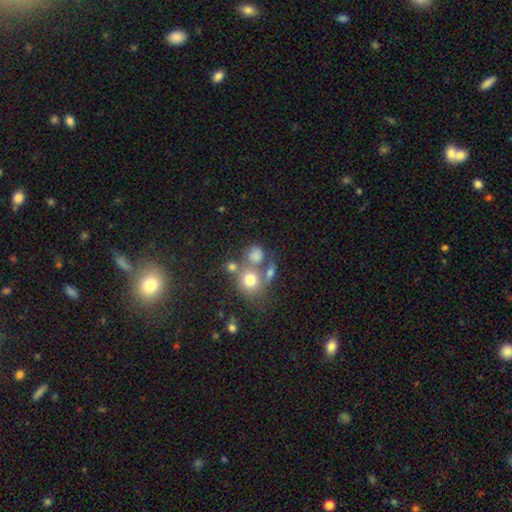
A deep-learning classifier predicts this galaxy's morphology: Smooth or featured?
  - smooth: 72% *
  - star or artifact: 15%
  - featured or disk: 14%
How rounded?
  - round: 72% *
  - in between: 27%
  - cigar-shaped: 2%
Merging?
  - none: 45% *
  - merger: 34%
  - minor disturbance: 12%
  - major disturbance: 8%